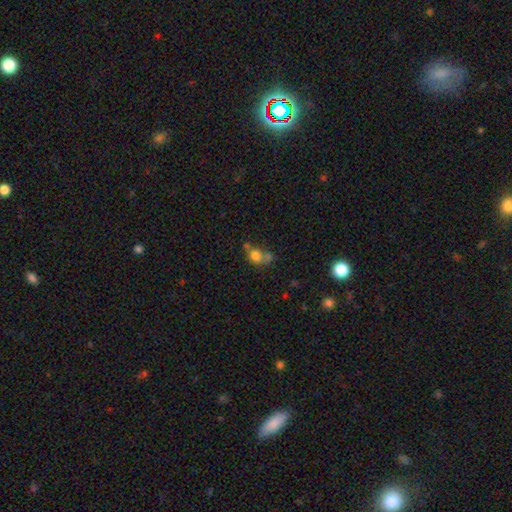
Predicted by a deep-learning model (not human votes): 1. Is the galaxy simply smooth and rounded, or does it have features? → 73% smooth, 14% featured or disk, 13% star or artifact.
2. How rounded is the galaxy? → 62% round, 36% in between, 2% cigar-shaped.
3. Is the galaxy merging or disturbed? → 43% merger, 33% none, 15% minor disturbance, 9% major disturbance.